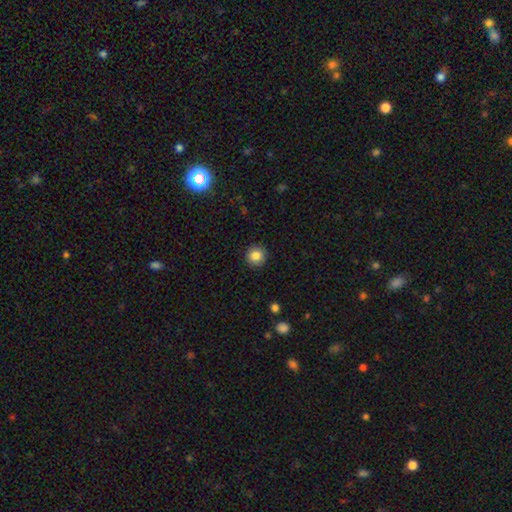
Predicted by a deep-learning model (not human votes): A smooth galaxy with no disk features (84%) that is round (94%). Merging: none (91%).